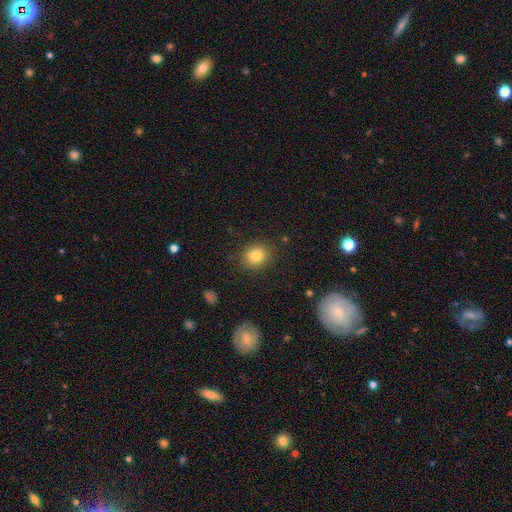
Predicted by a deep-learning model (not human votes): smooth-or-featured: smooth: 81% | star or artifact: 11% | featured or disk: 8%
  how-rounded: round: 65% | in between: 34% | cigar-shaped: 1%
  merging: none: 87% | minor disturbance: 9% | major disturbance: 3% | merger: 1%